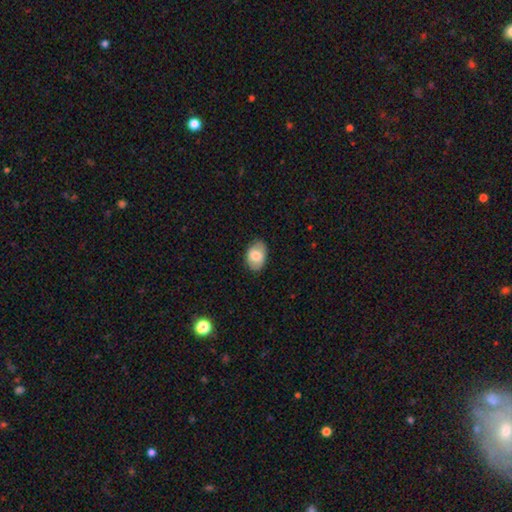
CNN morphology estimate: A smooth galaxy with no disk features (78%) that is in between round and cigar-shaped (86%). Merging: none (82%).